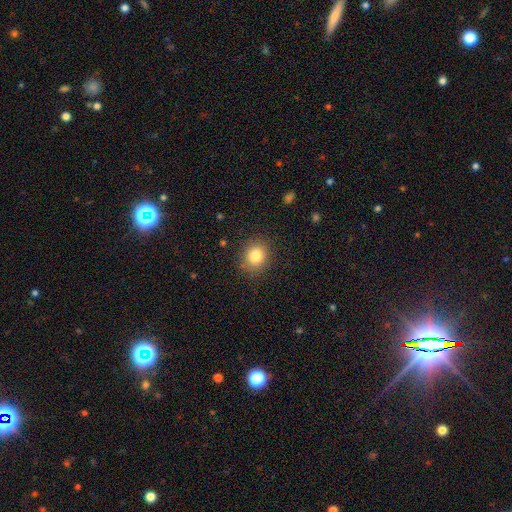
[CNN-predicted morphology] The model was most divided on "how rounded": round: 74%, in between: 25%, cigar-shaped: 1%. More confident: merging — none (86%); smooth or featured — smooth (83%).